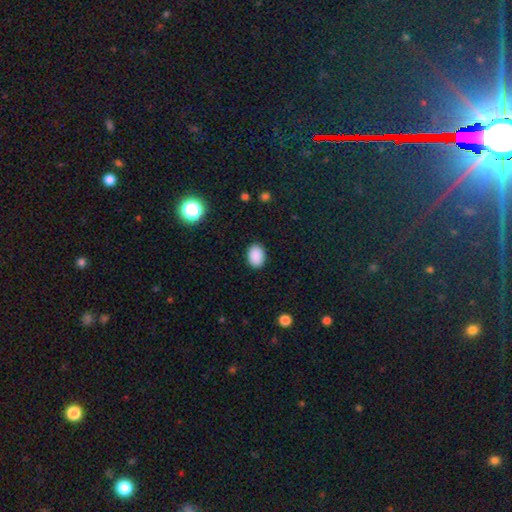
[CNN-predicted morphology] This is clearly a smooth galaxy (89%). How rounded: likely in between (78%). Merging: clearly none (89%).